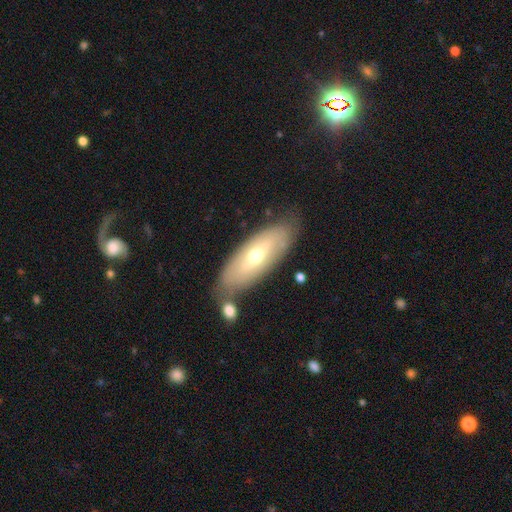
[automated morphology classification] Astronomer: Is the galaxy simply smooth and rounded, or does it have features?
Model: featured or disk — 49% (runner-up: smooth, 44%).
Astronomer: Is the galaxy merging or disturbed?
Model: none — 79%.